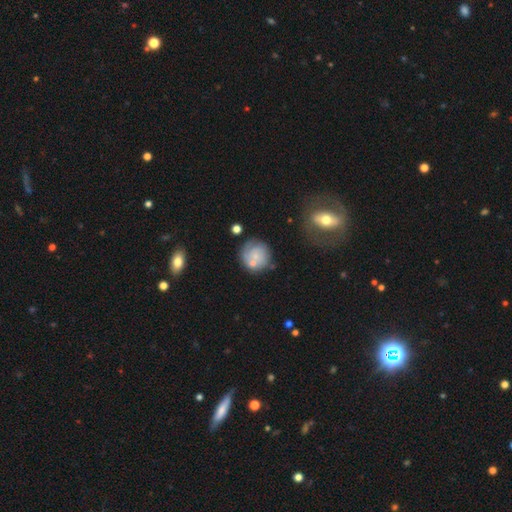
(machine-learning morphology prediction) This appears to be a smooth galaxy with no disk features (57%) that is round (87%). Merging: none (58%).